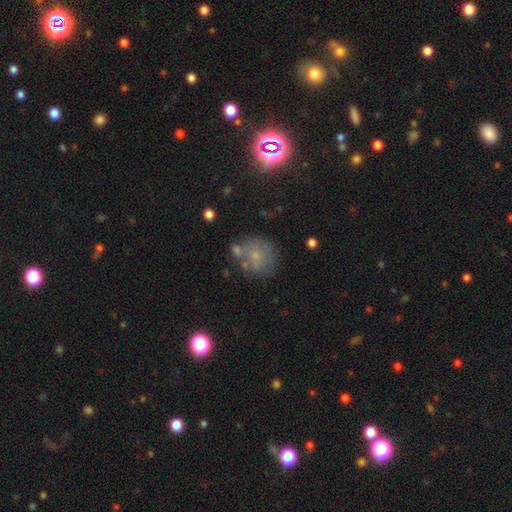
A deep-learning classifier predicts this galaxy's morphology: smooth 59%, featured or disk 26%, star or artifact 15%. Down the decision tree: how rounded — round (85%); merging — none (58%).